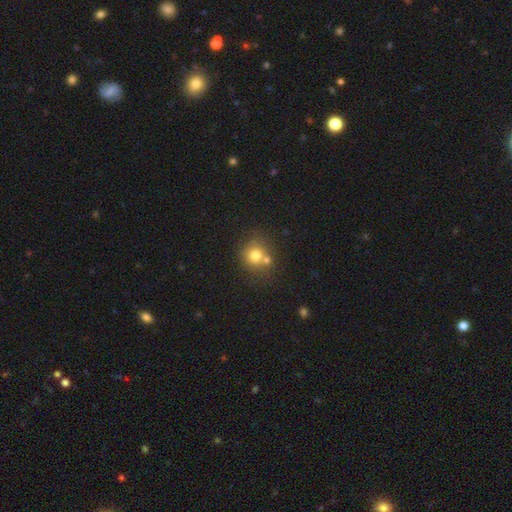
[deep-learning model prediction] Overall: smooth (75%). How rounded: round (86%). Merging: none (57%; merger 29%).